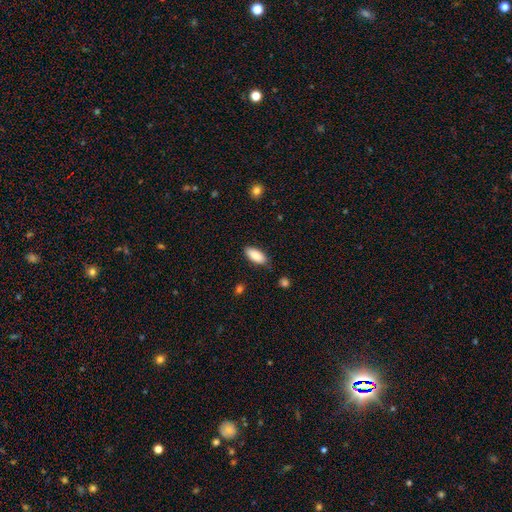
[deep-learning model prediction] smooth 87%, featured or disk 7%, star or artifact 6%. Down the decision tree: how rounded — in between (83%); merging — none (83%).